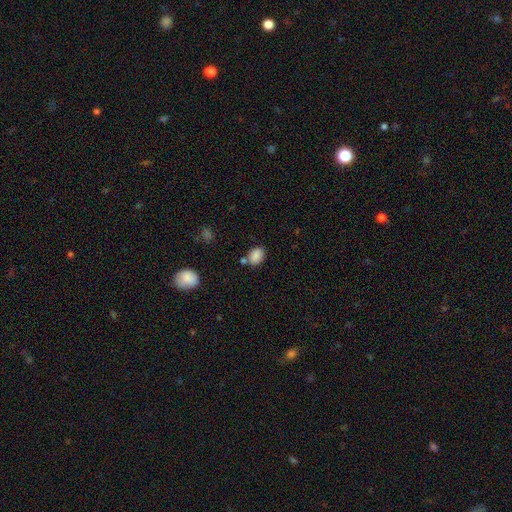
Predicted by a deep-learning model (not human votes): Overall: smooth (87%). How rounded: in between (70%). Merging: none (68%).